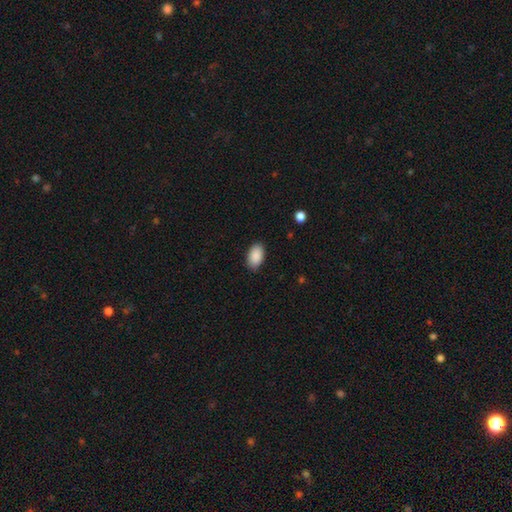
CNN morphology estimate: Smooth or featured?
  - smooth: 90% *
  - star or artifact: 7%
  - featured or disk: 3%
How rounded?
  - in between: 93% *
  - round: 6%
  - cigar-shaped: 1%
Merging?
  - none: 85% *
  - minor disturbance: 12%
  - major disturbance: 2%
  - merger: 1%